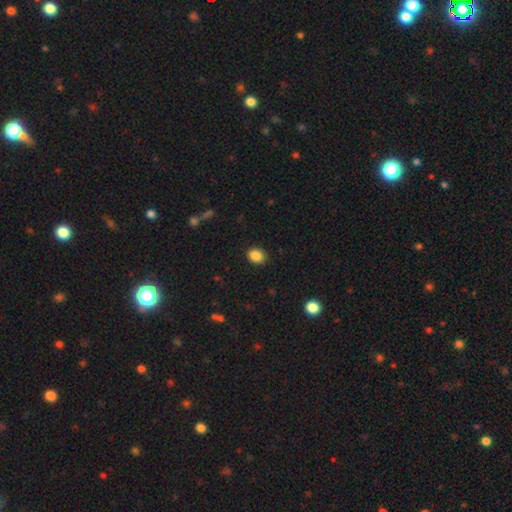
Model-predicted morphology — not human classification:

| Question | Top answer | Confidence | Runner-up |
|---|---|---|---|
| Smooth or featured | smooth | 88% | star or artifact (9%) |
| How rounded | in between | 56% | round (43%) |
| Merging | none | 89% | minor disturbance (8%) |